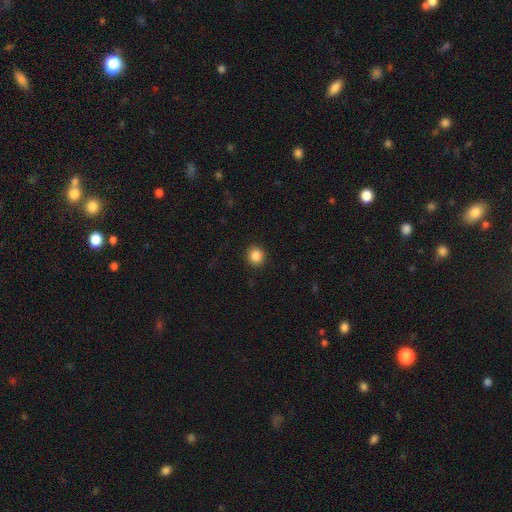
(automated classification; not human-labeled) Smooth or featured? Predicted: smooth (p=0.86). How rounded? Predicted: round (p=0.88). Merging? Predicted: none (p=0.91).